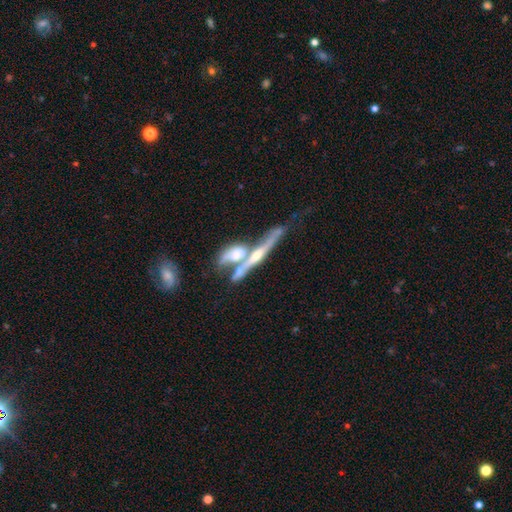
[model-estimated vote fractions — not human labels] Smooth or featured? featured or disk (73%)
Edge-on disk? yes (87%)
Edge-on bulge? rounded (79%)
Merging? merger (44%)